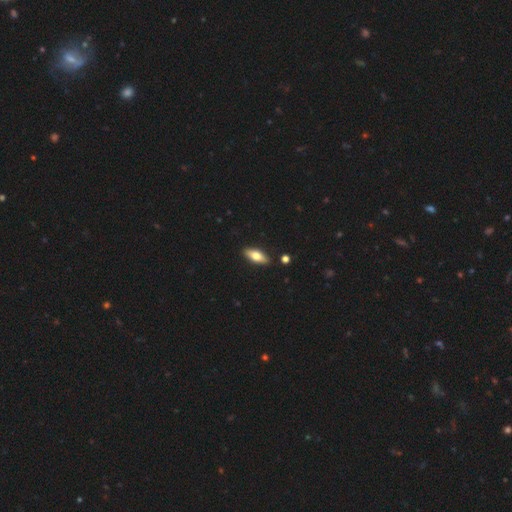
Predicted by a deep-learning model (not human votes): Morphology: type=smooth (67%); roundness=in between (70%); merging=none (88%).